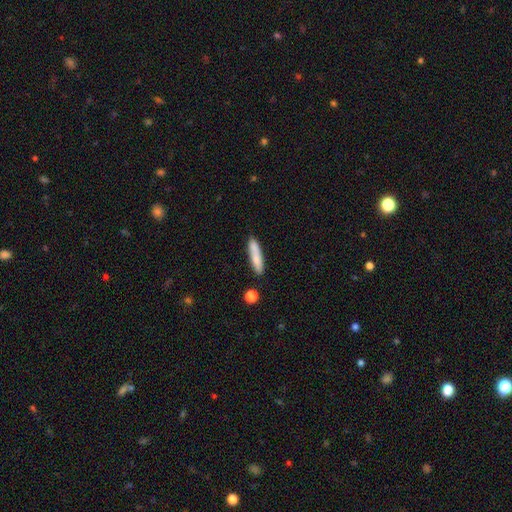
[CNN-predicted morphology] smooth_or_featured: smooth (p=0.77) [alt: featured or disk p=0.16]
how_rounded: cigar-shaped (p=0.82) [alt: in between p=0.16]
merging: none (p=0.80) [alt: minor disturbance p=0.13]